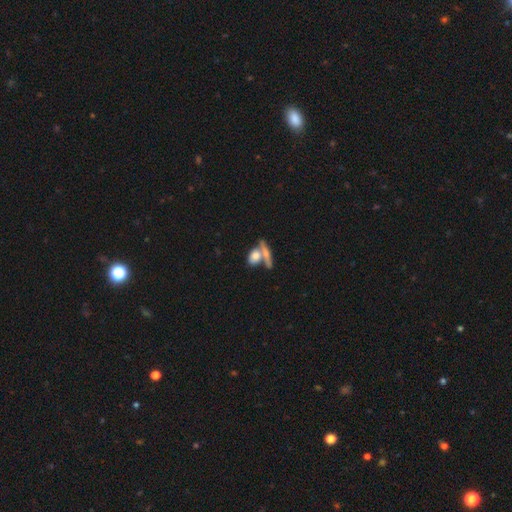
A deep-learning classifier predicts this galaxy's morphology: A smooth galaxy with no disk features (70%) that is in between round and cigar-shaped (67%). Merging: merger (44%).